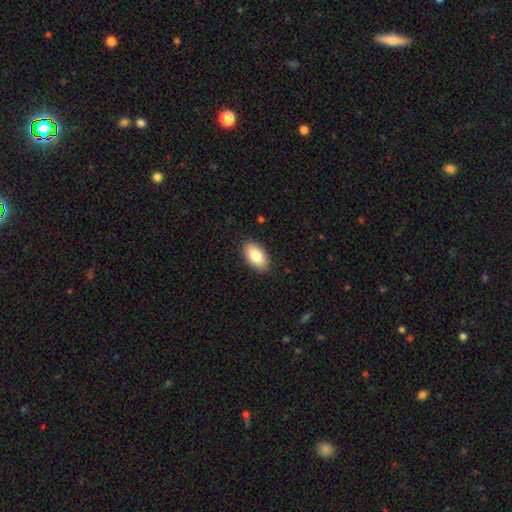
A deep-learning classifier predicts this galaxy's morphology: smooth 84%, featured or disk 10%, star or artifact 7%. Down the decision tree: how rounded — in between (94%); merging — none (88%).